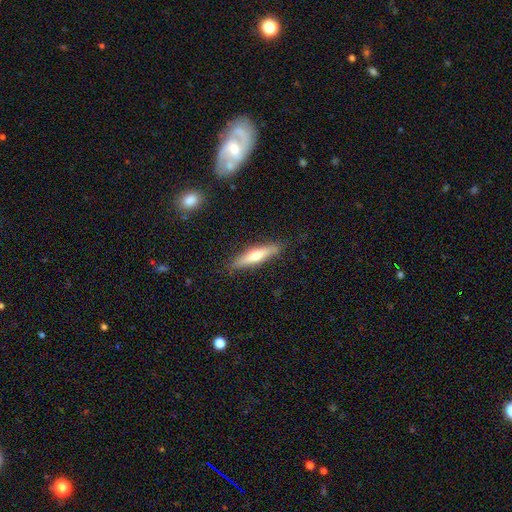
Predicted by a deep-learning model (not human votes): Smooth or featured? Predicted: smooth (p=0.51). How rounded? Predicted: cigar-shaped (p=0.80). Merging? Predicted: none (p=0.86).